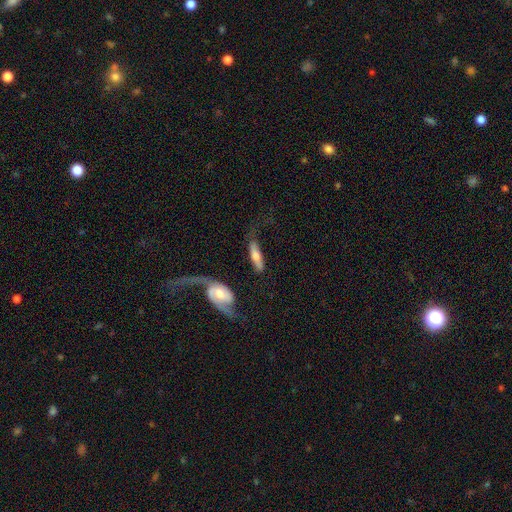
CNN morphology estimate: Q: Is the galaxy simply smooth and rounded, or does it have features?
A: featured or disk — 48%.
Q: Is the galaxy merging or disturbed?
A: none — 35%.